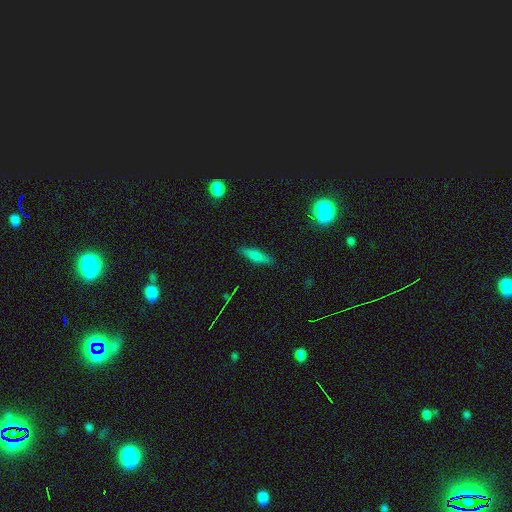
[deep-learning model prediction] A smooth galaxy with no disk features (73%) that is cigar-shaped (71%). Merging: none (86%).